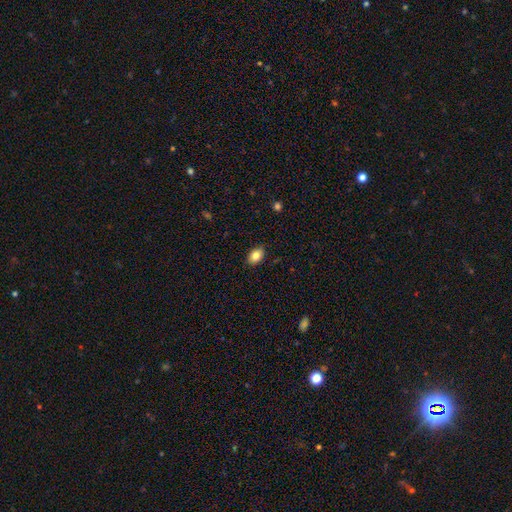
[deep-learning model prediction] A smooth galaxy with no disk features (83%) that is in between round and cigar-shaped (85%).

Vote fractions:
- Smooth or featured? smooth: 83% / featured or disk: 9% / star or artifact: 8%
- How rounded? in between: 85% / round: 13% / cigar-shaped: 1%
- Merging? none: 87% / minor disturbance: 10% / major disturbance: 2% / merger: 1%